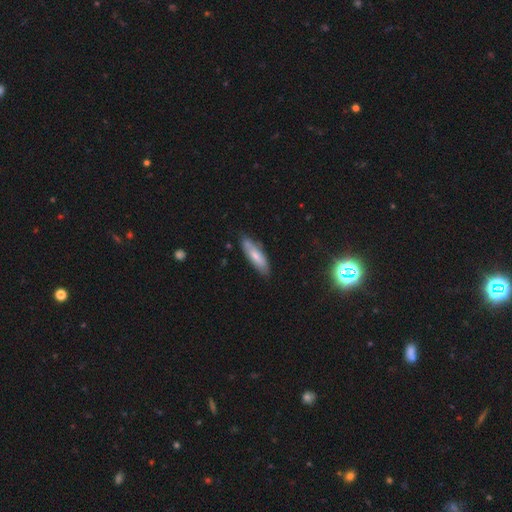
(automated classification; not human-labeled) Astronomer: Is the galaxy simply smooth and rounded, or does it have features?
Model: smooth — 64%.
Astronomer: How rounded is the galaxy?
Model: cigar-shaped — 53% (runner-up: in between, 45%).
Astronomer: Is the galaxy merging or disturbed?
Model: none — 77%.